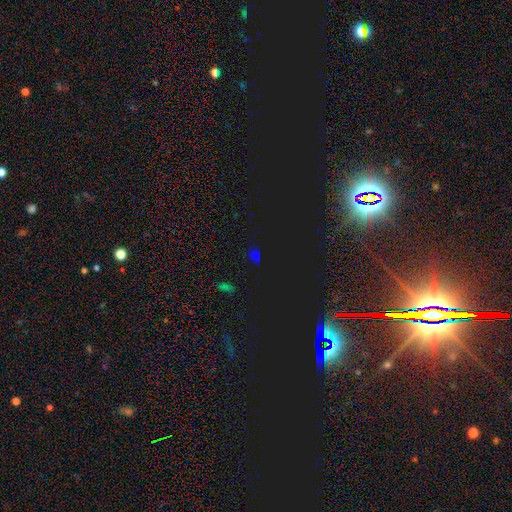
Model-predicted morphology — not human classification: smooth-or-featured: star or artifact: 64% | smooth: 30% | featured or disk: 6%